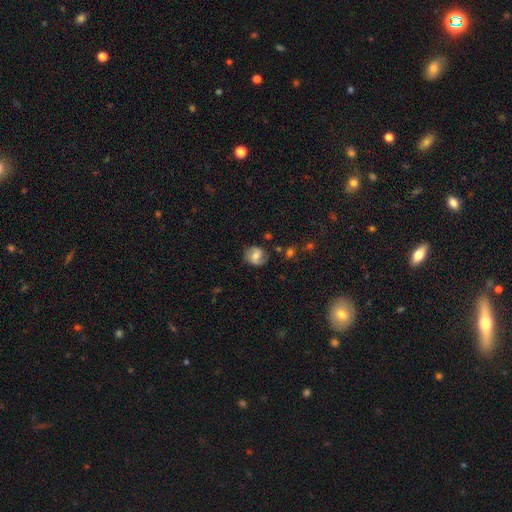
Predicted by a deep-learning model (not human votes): smooth_or_featured: featured or disk (p=0.53) [alt: smooth p=0.39]
disk_edge_on: no (p=0.97) [alt: yes p=0.03]
bar: weak (p=0.48) [alt: no p=0.34]
has_spiral_arms: yes (p=0.85) [alt: no p=0.15]
bulge_size: moderate (p=0.58) [alt: small p=0.27]
merging: none (p=0.77) [alt: minor disturbance p=0.15]